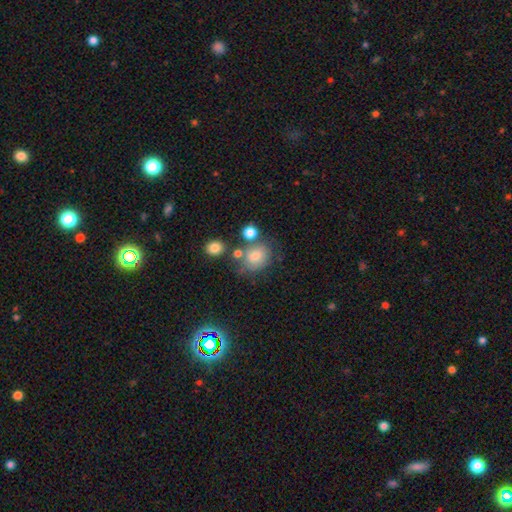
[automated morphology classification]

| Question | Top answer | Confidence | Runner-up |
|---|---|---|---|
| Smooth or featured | smooth | 72% | star or artifact (14%) |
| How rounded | round | 60% | in between (39%) |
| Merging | none | 59% | minor disturbance (17%) |